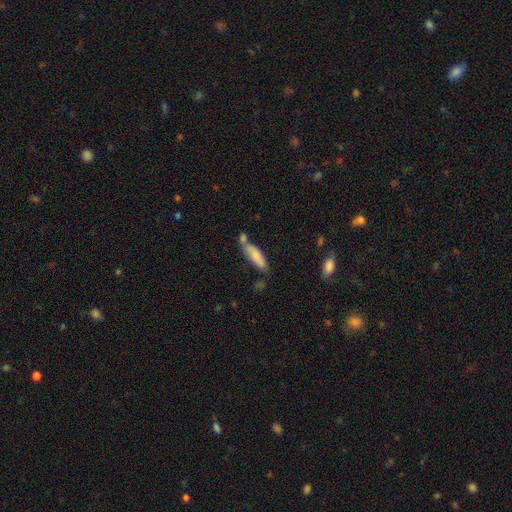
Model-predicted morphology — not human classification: smooth_or_featured: smooth (p=0.78) [alt: featured or disk p=0.15]
how_rounded: cigar-shaped (p=0.62) [alt: in between p=0.37]
merging: none (p=0.51) [alt: merger p=0.26]